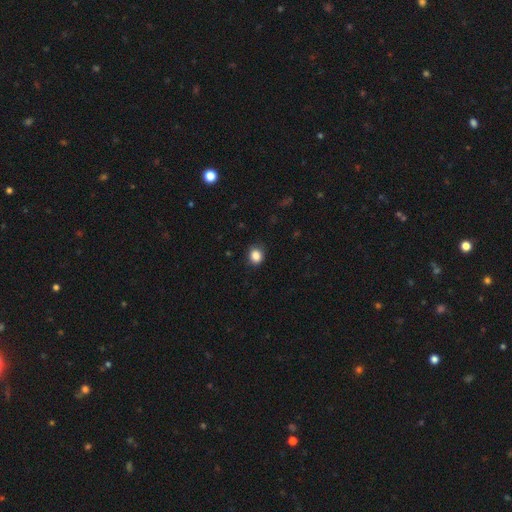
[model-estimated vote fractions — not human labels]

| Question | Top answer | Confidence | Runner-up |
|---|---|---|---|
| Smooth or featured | smooth | 86% | star or artifact (10%) |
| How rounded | round | 60% | in between (39%) |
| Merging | none | 82% | minor disturbance (14%) |